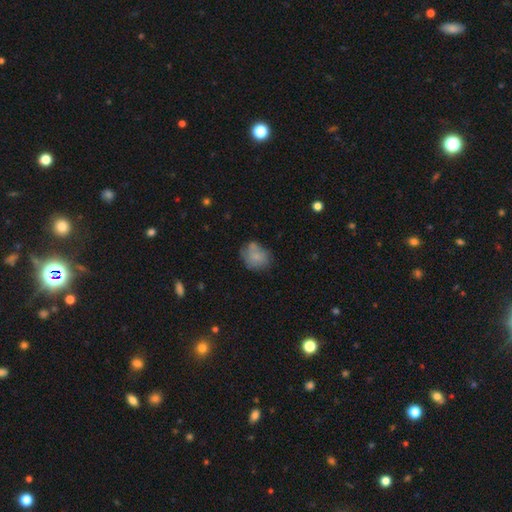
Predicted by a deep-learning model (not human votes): Smooth or featured? smooth (71%)
How rounded? round (58%)
Merging? none (55%)